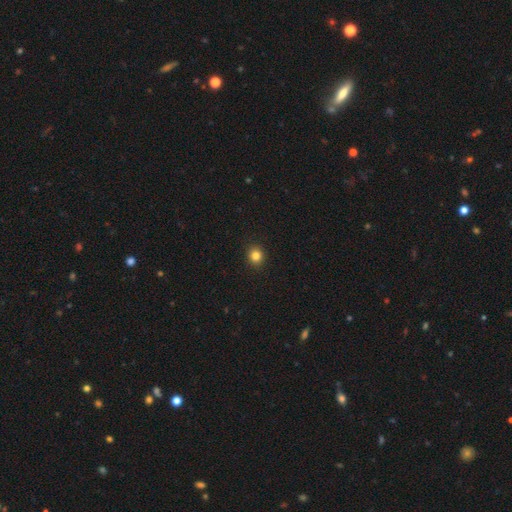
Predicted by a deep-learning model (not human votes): Smooth or featured? smooth (83%)
How rounded? round (86%)
Merging? none (93%)